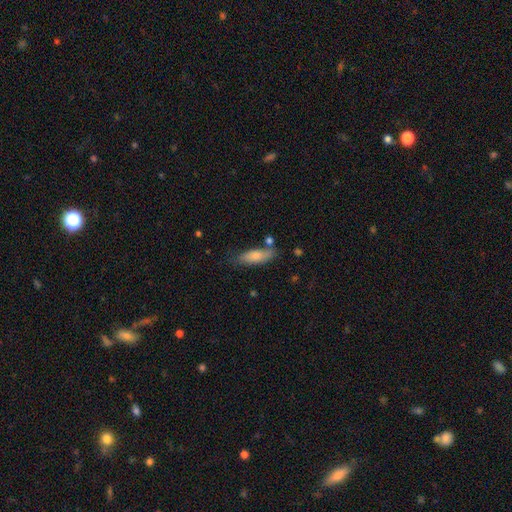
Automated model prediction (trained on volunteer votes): Smooth or featured?
  - smooth: 79% *
  - featured or disk: 15%
  - star or artifact: 6%
How rounded?
  - in between: 62% *
  - cigar-shaped: 36%
  - round: 2%
Merging?
  - none: 65% *
  - minor disturbance: 20%
  - merger: 9%
  - major disturbance: 5%